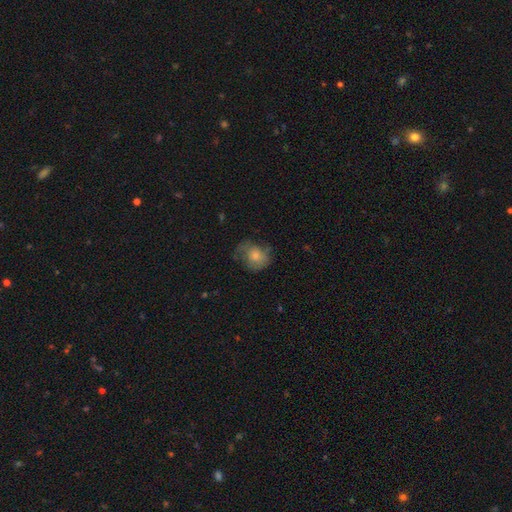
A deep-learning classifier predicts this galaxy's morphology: This appears to be a smooth galaxy with no disk features (63%) that is round (62%). Merging: none (45%).